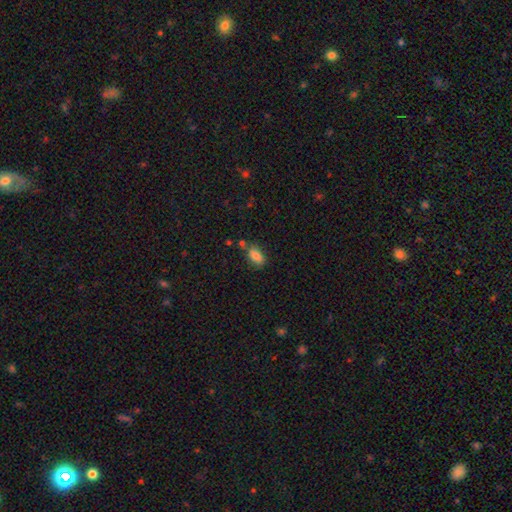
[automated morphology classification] smooth 82%, star or artifact 9%, featured or disk 9%. Down the decision tree: how rounded — in between (88%); merging — none (67%).